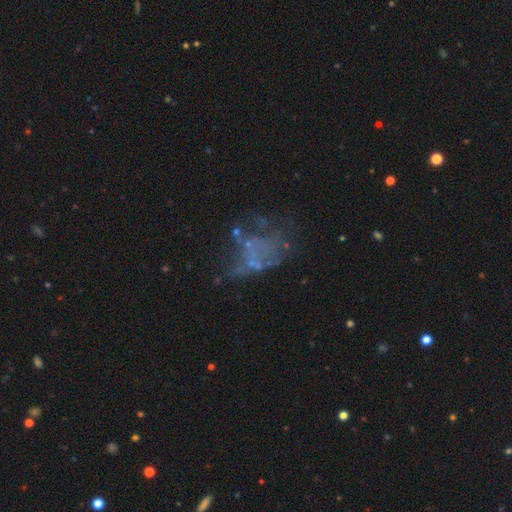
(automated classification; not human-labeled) Smooth or featured?
  - featured or disk: 54% *
  - star or artifact: 25%
  - smooth: 21%
Edge-on disk?
  - no: 98% *
  - yes: 2%
Bar?
  - no: 94% *
  - weak: 4%
  - strong: 2%
Spiral arms?
  - no: 95% *
  - yes: 5%
Bulge size?
  - none: 85% *
  - small: 9%
  - moderate: 3%
  - large: 1%
  - dominant: 1%
Merging?
  - none: 40% *
  - major disturbance: 35%
  - minor disturbance: 16%
  - merger: 9%